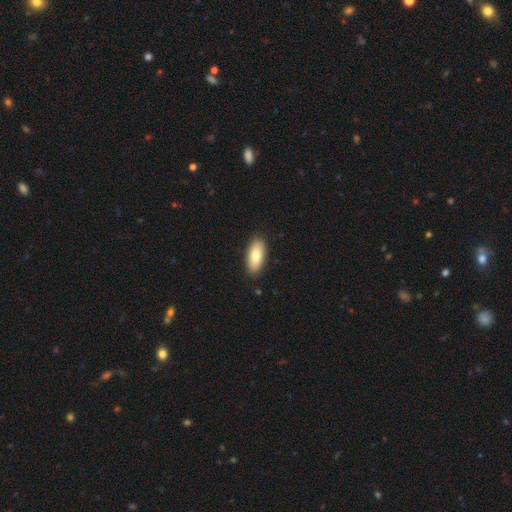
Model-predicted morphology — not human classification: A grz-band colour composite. It shows a smooth galaxy with no disk features (82%) that is in between round and cigar-shaped (86%). Merging: none (89%).